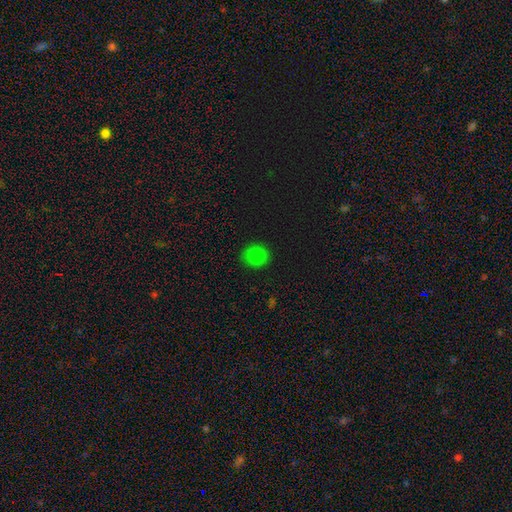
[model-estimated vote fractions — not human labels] Q: Smooth or featured?
A: smooth (81%); runner-up: star or artifact (15%)
Q: How rounded?
A: round (82%); runner-up: in between (17%)
Q: Merging?
A: none (88%); runner-up: minor disturbance (9%)